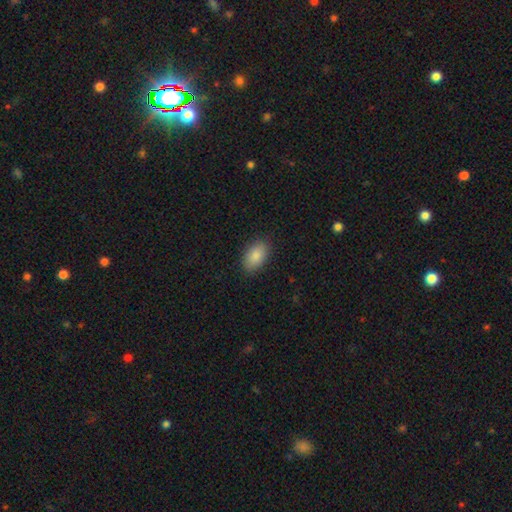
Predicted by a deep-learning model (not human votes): Smooth or featured? Predicted: smooth (p=0.88). How rounded? Predicted: in between (p=0.92). Merging? Predicted: none (p=0.88).